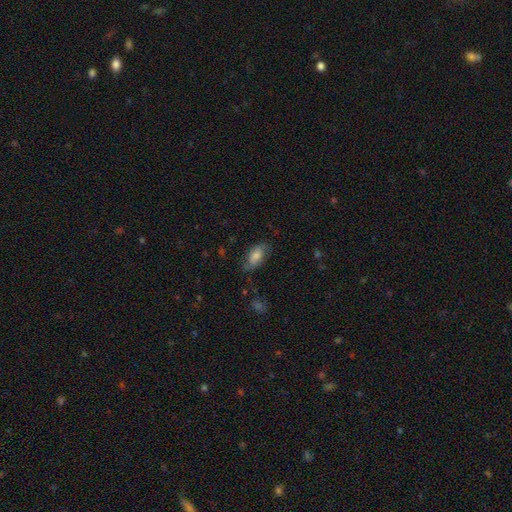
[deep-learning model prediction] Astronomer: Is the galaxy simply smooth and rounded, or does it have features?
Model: smooth — 63%.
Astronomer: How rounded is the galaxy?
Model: in between — 90%.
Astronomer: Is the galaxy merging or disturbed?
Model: none — 66%.